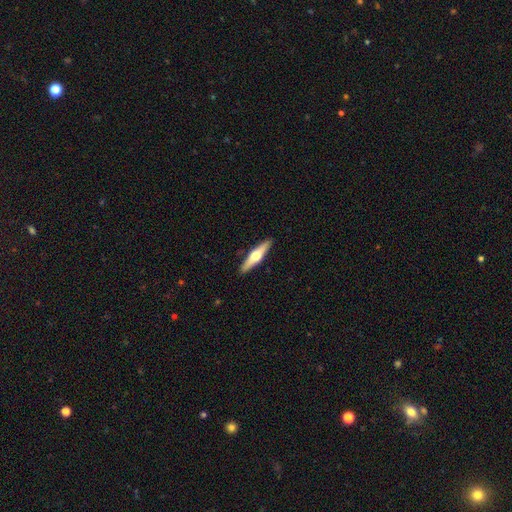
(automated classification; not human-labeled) Smooth or featured? featured or disk (58%)
Edge-on disk? yes (95%)
Edge-on bulge? rounded (94%)
Merging? none (91%)